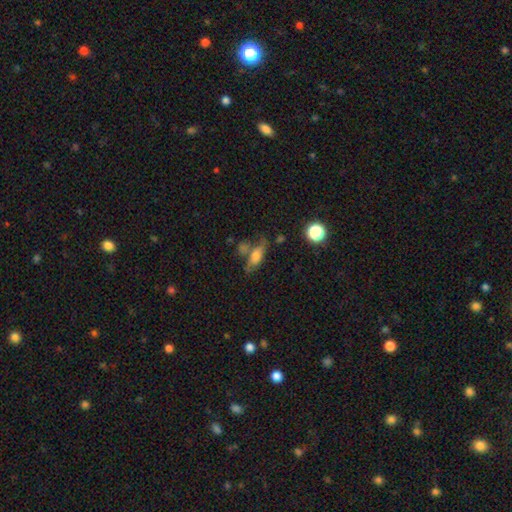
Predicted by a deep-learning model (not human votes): smooth 61%, featured or disk 27%, star or artifact 12%. Down the decision tree: how rounded — in between (68%); merging — none (43%).